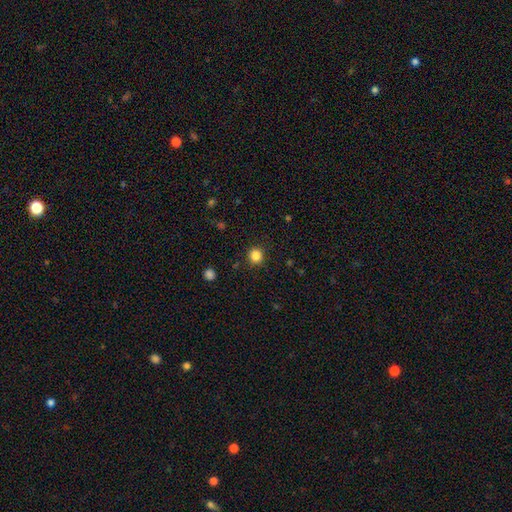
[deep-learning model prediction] Smooth or featured? Predicted: smooth (p=0.85). How rounded? Predicted: round (p=0.91). Merging? Predicted: none (p=0.90).